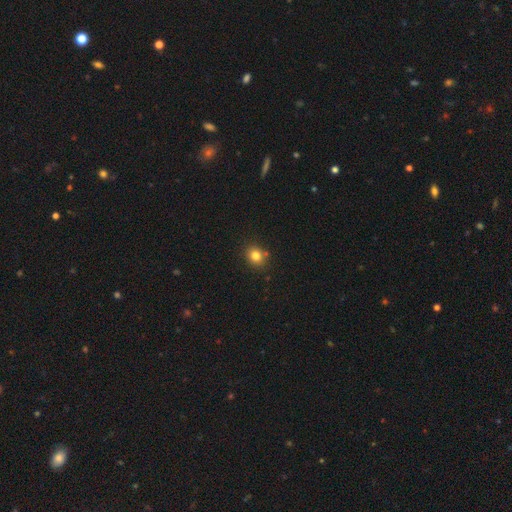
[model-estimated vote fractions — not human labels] Morphology: type=smooth (81%); roundness=round (69%); merging=none (80%).